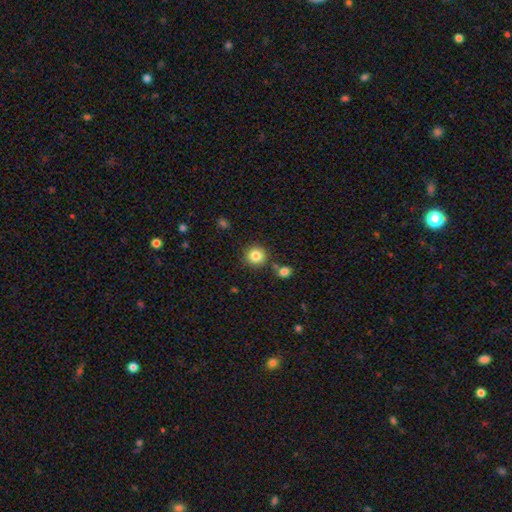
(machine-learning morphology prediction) smooth-or-featured: smooth: 84% | star or artifact: 10% | featured or disk: 6%
  how-rounded: round: 93% | in between: 6% | cigar-shaped: 1%
  merging: none: 83% | minor disturbance: 8% | merger: 6% | major disturbance: 3%